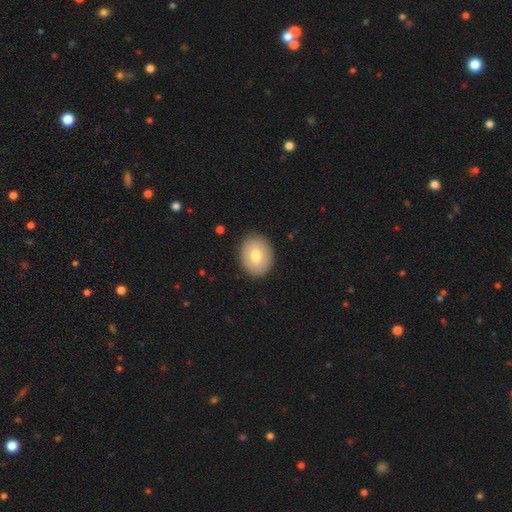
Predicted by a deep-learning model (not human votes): Q: Smooth or featured?
A: smooth (75%); runner-up: featured or disk (18%)
Q: How rounded?
A: round (57%); runner-up: in between (42%)
Q: Merging?
A: none (89%); runner-up: minor disturbance (8%)